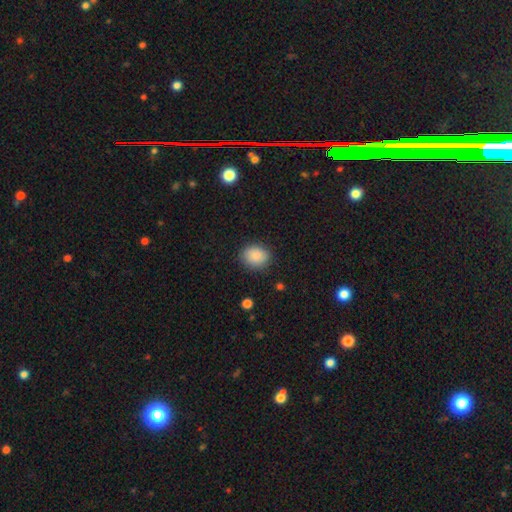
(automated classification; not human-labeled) smooth-or-featured: smooth: 87% | star or artifact: 8% | featured or disk: 5%
  how-rounded: round: 61% | in between: 38% | cigar-shaped: 1%
  merging: none: 86% | minor disturbance: 10% | major disturbance: 3% | merger: 1%